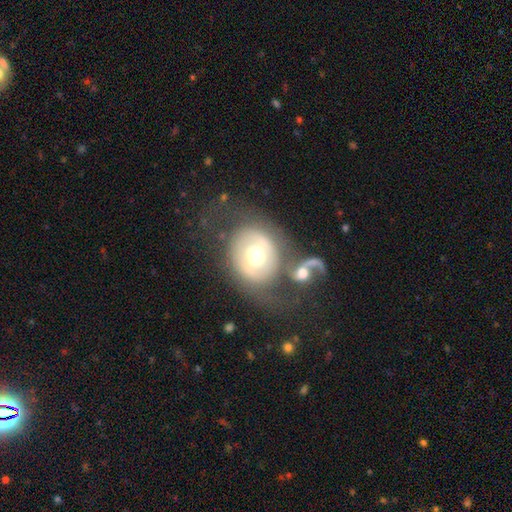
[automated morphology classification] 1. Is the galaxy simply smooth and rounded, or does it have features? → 57% featured or disk, 36% smooth, 7% star or artifact.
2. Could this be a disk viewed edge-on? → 95% no, 5% yes.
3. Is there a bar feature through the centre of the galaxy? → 61% no, 25% weak, 13% strong.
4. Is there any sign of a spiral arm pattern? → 58% no, 42% yes.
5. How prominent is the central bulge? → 74% moderate, 14% large, 9% small, 2% dominant, 1% none.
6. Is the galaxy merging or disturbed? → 47% none, 22% merger, 16% major disturbance, 15% minor disturbance.